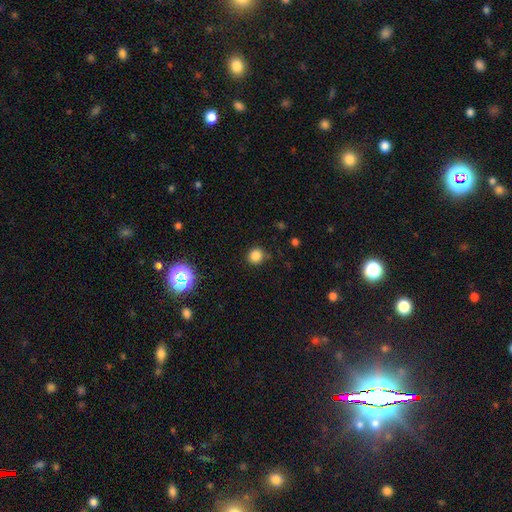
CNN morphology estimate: A smooth galaxy with no disk features (82%) that is round (90%).

Vote fractions:
- Smooth or featured? smooth: 82% / star or artifact: 14% / featured or disk: 4%
- How rounded? round: 90% / in between: 9% / cigar-shaped: 1%
- Merging? none: 85% / minor disturbance: 11% / major disturbance: 3% / merger: 2%